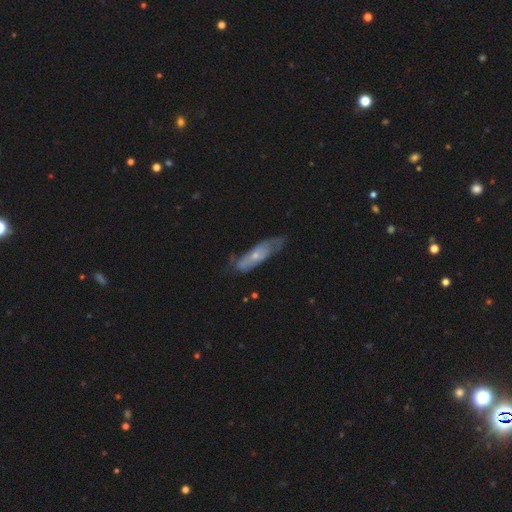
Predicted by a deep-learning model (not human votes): featured or disk 56%, smooth 37%, star or artifact 7%. Down the decision tree: edge-on disk — no (69%); merging — none (53%).